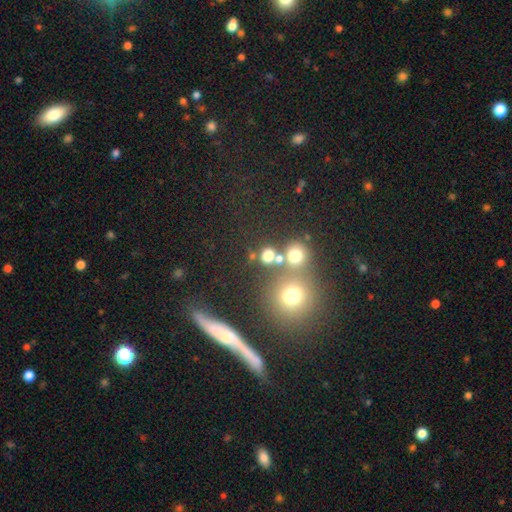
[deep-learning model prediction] Overall: smooth (54%; star or artifact 26%). How rounded: round (80%). Merging: none (65%).